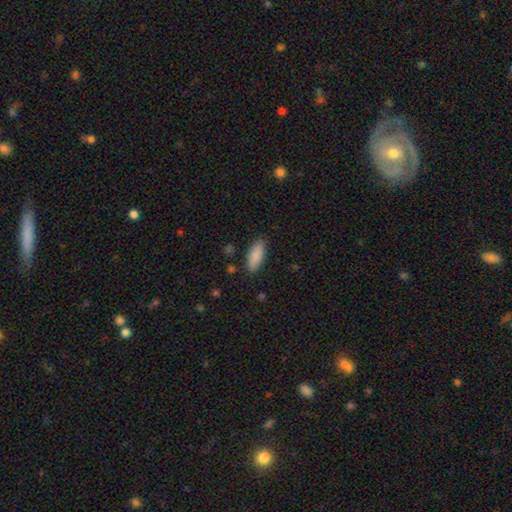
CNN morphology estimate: A smooth galaxy with no disk features (89%) that is in between round and cigar-shaped (75%). Merging: none (86%).